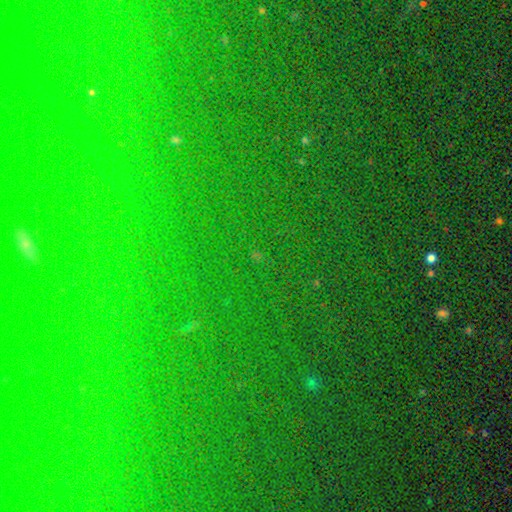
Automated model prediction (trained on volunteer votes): The model was most divided on "smooth or featured": star or artifact: 80%, smooth: 12%, featured or disk: 8%.